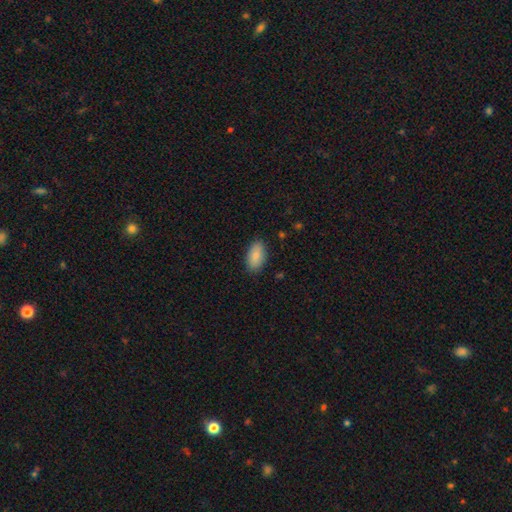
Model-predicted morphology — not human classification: Smooth or featured? smooth (85%)
How rounded? in between (93%)
Merging? none (87%)